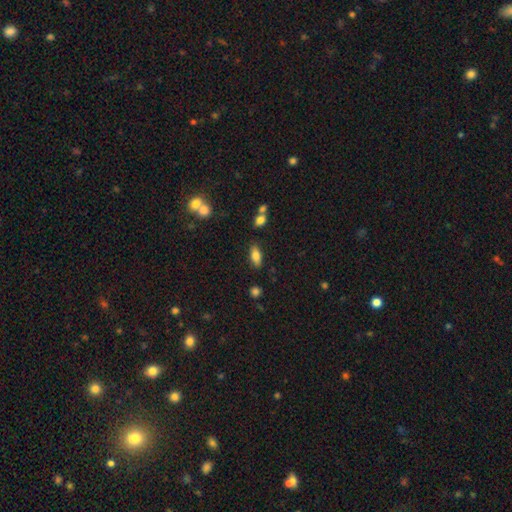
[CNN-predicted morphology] Overall: smooth (79%). How rounded: in between (83%). Merging: none (82%).